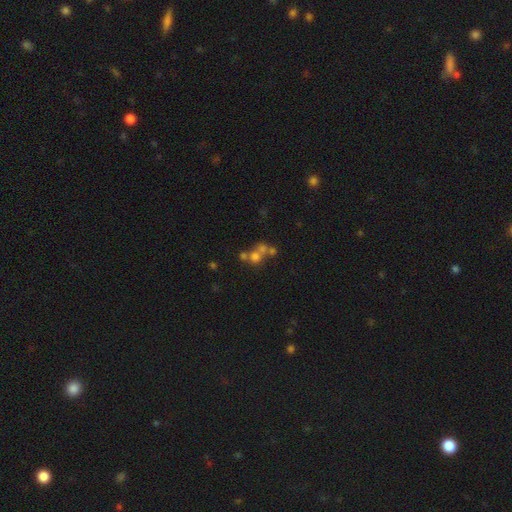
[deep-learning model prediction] A smooth galaxy with no disk features (47%).

Vote fractions:
- Smooth or featured? smooth: 47% / star or artifact: 27% / featured or disk: 26%
- Merging? merger: 45% / none: 42% / minor disturbance: 7% / major disturbance: 6%